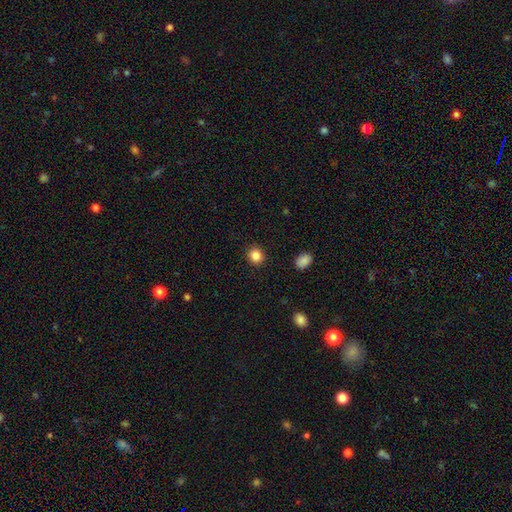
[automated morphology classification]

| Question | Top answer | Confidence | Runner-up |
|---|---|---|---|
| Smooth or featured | smooth | 85% | star or artifact (11%) |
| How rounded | round | 85% | in between (15%) |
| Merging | none | 91% | minor disturbance (5%) |